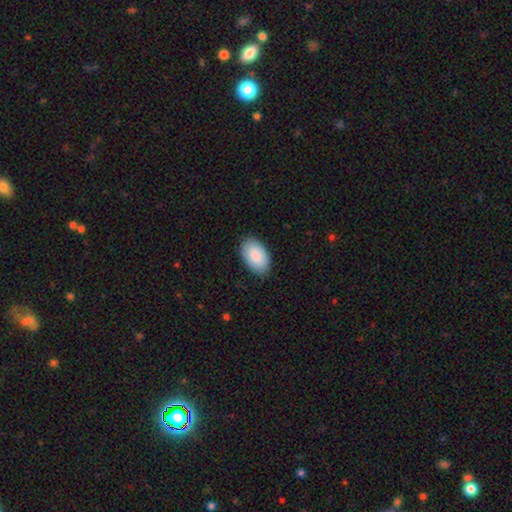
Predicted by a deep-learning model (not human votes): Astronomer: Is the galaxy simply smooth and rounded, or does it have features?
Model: smooth — 89%.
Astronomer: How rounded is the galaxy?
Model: in between — 95%.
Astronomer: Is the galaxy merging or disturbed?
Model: none — 87%.